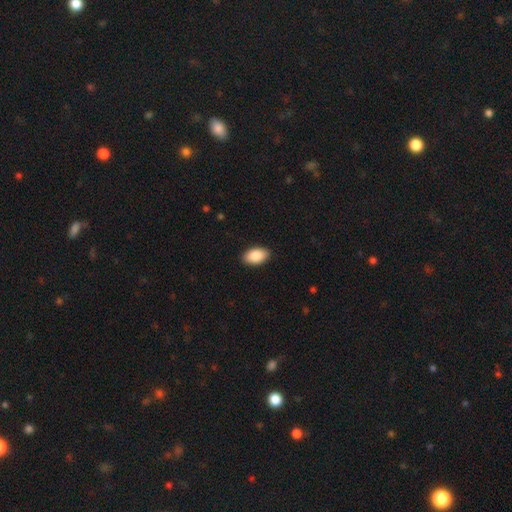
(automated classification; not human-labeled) smooth 88%, star or artifact 6%, featured or disk 5%. Down the decision tree: how rounded — in between (94%); merging — none (90%).